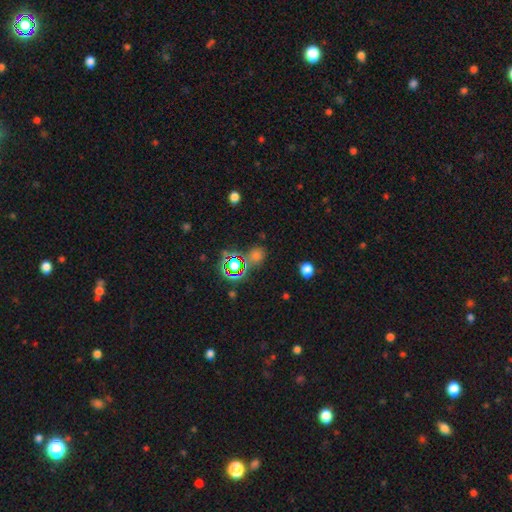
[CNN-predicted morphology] A star or artifact, not a galaxy (52%).

Vote fractions:
- Smooth or featured? star or artifact: 52% / smooth: 41% / featured or disk: 7%